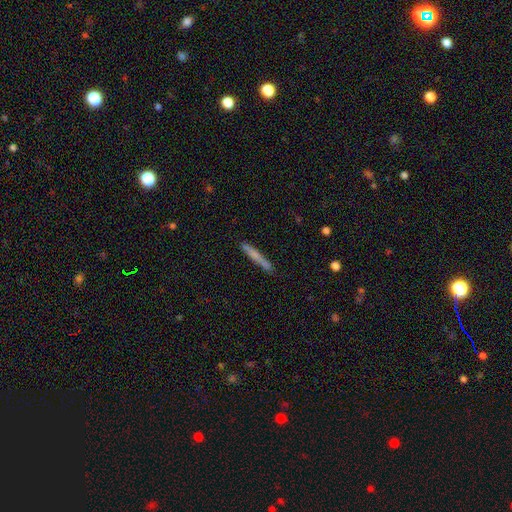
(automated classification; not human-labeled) smooth 62%, featured or disk 32%, star or artifact 7%. Down the decision tree: how rounded — cigar-shaped (96%); merging — none (85%).